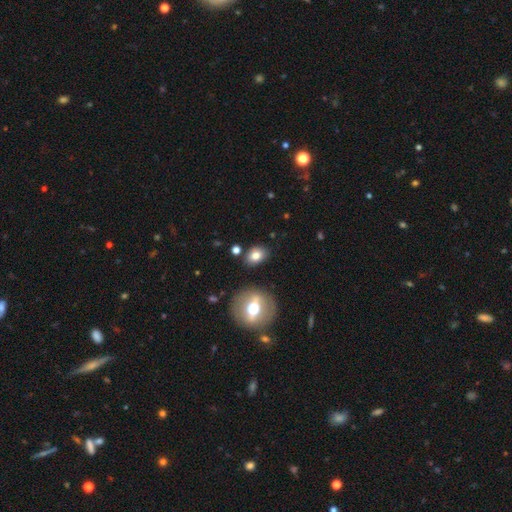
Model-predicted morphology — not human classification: This appears to be a smooth galaxy with no disk features (75%) that is in between round and cigar-shaped (69%). Merging: none (84%).